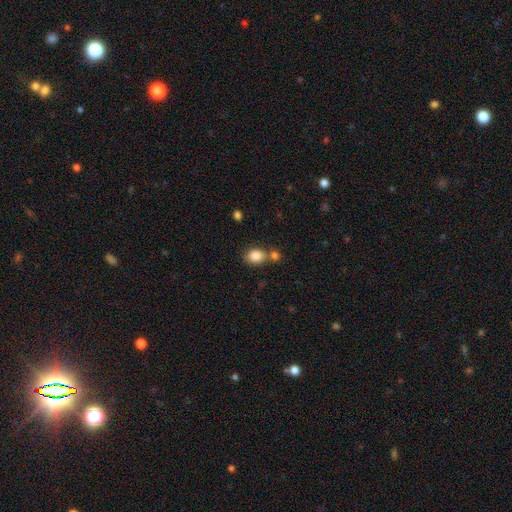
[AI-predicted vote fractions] Smooth or featured? Predicted: smooth (p=0.86). How rounded? Predicted: in between (p=0.52). Merging? Predicted: none (p=0.58).